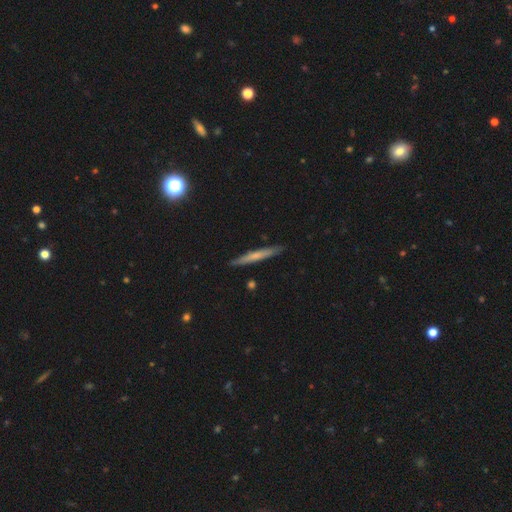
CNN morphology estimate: Q: Smooth or featured?
A: smooth (54%); runner-up: featured or disk (40%)
Q: How rounded?
A: cigar-shaped (96%); runner-up: in between (3%)
Q: Merging?
A: none (89%); runner-up: minor disturbance (8%)